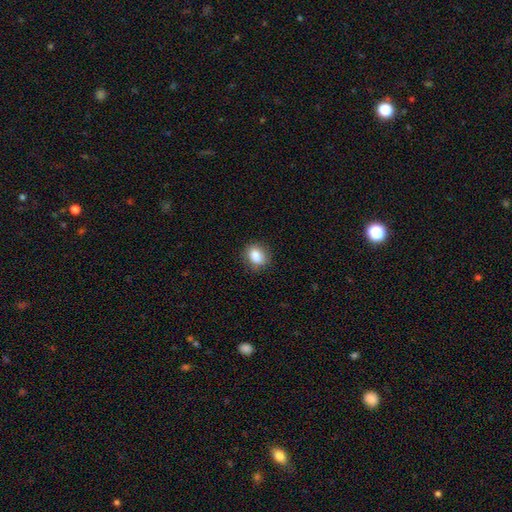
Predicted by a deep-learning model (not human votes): smooth 84%, star or artifact 9%, featured or disk 6%. Down the decision tree: how rounded — in between (51%); merging — none (82%).